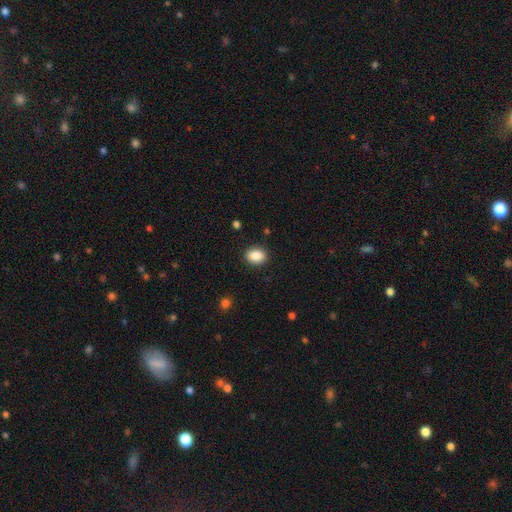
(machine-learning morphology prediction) A smooth galaxy with no disk features (88%) that is in between round and cigar-shaped (61%).

Vote fractions:
- Smooth or featured? smooth: 88% / star or artifact: 8% / featured or disk: 4%
- How rounded? in between: 61% / round: 38% / cigar-shaped: 1%
- Merging? none: 89% / minor disturbance: 7% / major disturbance: 2% / merger: 1%